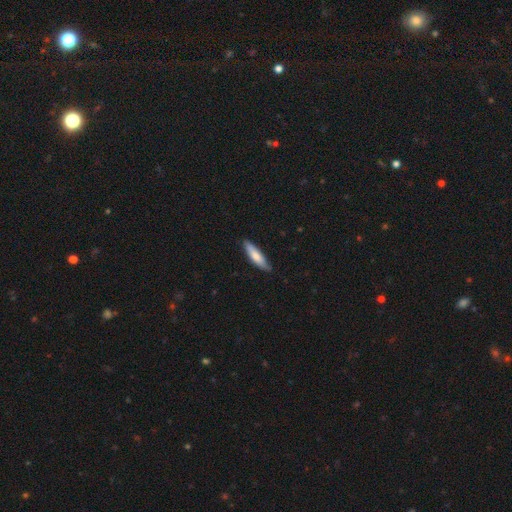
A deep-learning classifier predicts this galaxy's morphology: This appears to be a smooth galaxy with no disk features (73%) that is cigar-shaped (71%). Merging: none (82%).